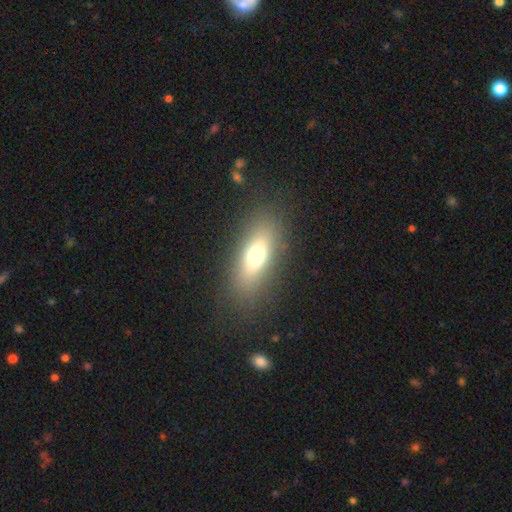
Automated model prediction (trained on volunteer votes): A smooth galaxy with no disk features (67%) that is in between round and cigar-shaped (71%).

Vote fractions:
- Smooth or featured? smooth: 67% / featured or disk: 22% / star or artifact: 11%
- How rounded? in between: 71% / cigar-shaped: 22% / round: 7%
- Merging? none: 84% / minor disturbance: 10% / major disturbance: 6% / merger: 1%